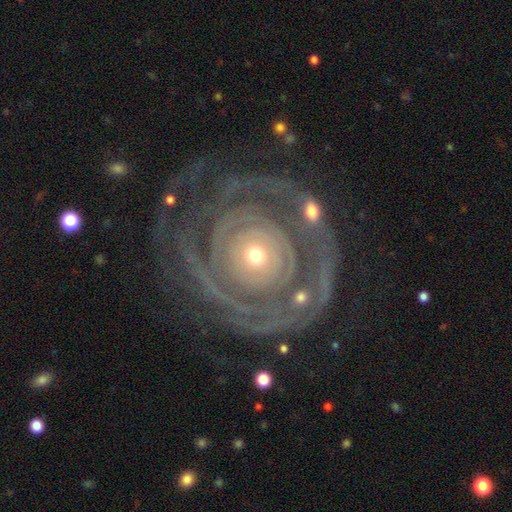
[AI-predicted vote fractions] featured or disk 87%, smooth 8%, star or artifact 5%. Down the decision tree: edge-on disk — no (97%); bar — no (86%); spiral arms — yes (88%); spiral arm count — can't tell (28%); spiral winding — tight (76%); bulge size — small (59%); merging — none (55%).